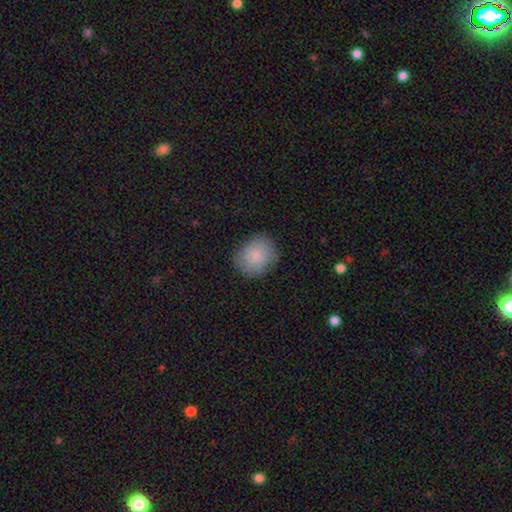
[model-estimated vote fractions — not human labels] Smooth or featured? smooth (78%)
How rounded? round (66%)
Merging? none (79%)